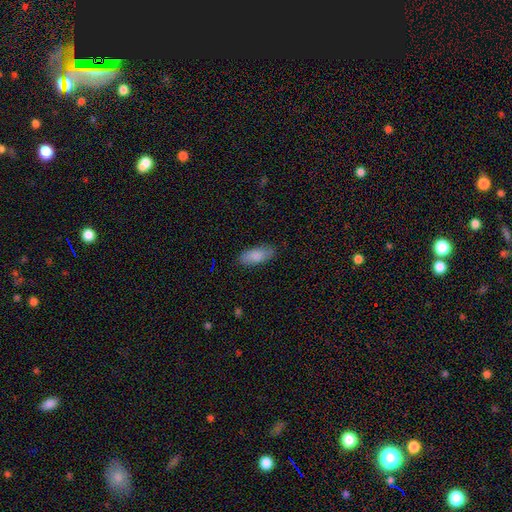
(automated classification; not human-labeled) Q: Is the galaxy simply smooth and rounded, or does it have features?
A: smooth — 86%.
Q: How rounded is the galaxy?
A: in between — 85%.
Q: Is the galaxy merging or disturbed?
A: none — 85%.